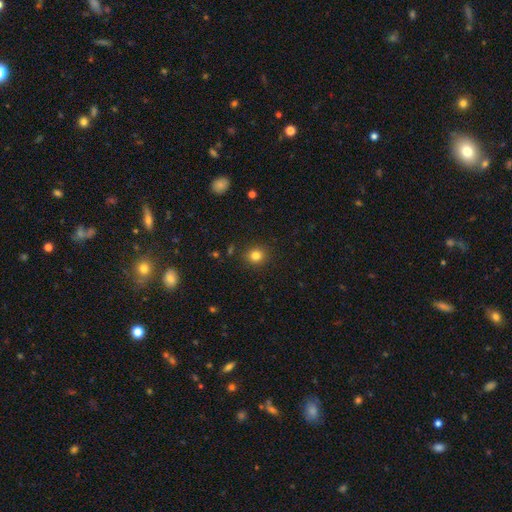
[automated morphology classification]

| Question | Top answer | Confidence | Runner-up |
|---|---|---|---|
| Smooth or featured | smooth | 82% | star or artifact (13%) |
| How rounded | round | 86% | in between (13%) |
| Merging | none | 90% | minor disturbance (6%) |